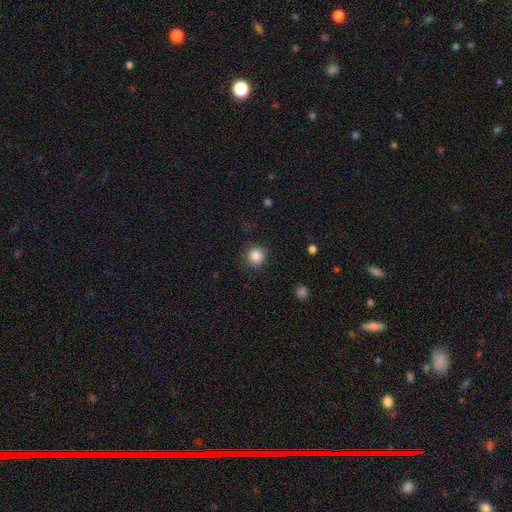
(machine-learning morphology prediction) Smooth or featured?
  - smooth: 86% *
  - star or artifact: 10%
  - featured or disk: 4%
How rounded?
  - round: 94% *
  - in between: 5%
  - cigar-shaped: 1%
Merging?
  - none: 87% *
  - minor disturbance: 9%
  - major disturbance: 3%
  - merger: 1%